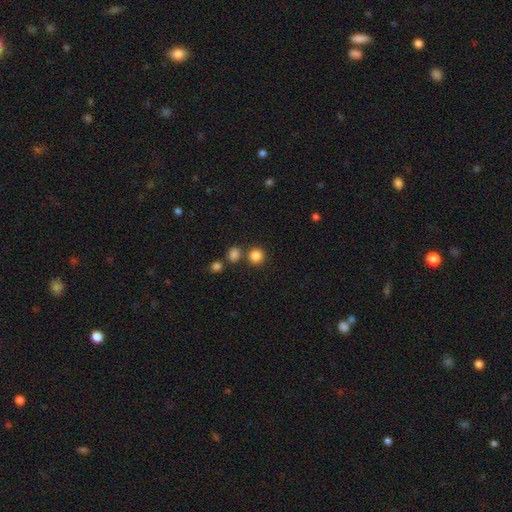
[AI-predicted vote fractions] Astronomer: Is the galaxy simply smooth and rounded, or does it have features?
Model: smooth — 84%.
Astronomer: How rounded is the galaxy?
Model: round — 92%.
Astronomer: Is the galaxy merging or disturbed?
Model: none — 77%.